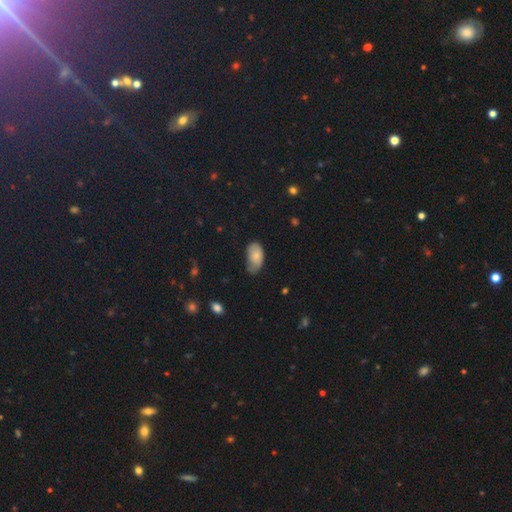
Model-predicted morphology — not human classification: This appears to be a smooth galaxy with no disk features (77%) that is in between round and cigar-shaped (94%). Merging: minor disturbance (45%).